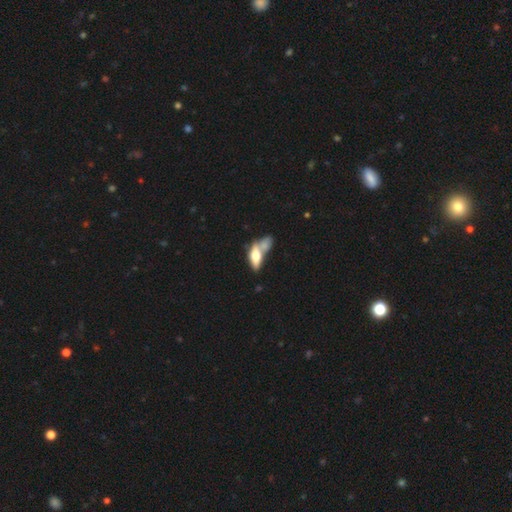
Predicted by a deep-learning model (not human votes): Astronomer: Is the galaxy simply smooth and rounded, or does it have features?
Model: smooth — 57% (runner-up: featured or disk, 36%).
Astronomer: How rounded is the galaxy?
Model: in between — 70%.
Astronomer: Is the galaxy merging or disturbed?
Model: merger — 52%.